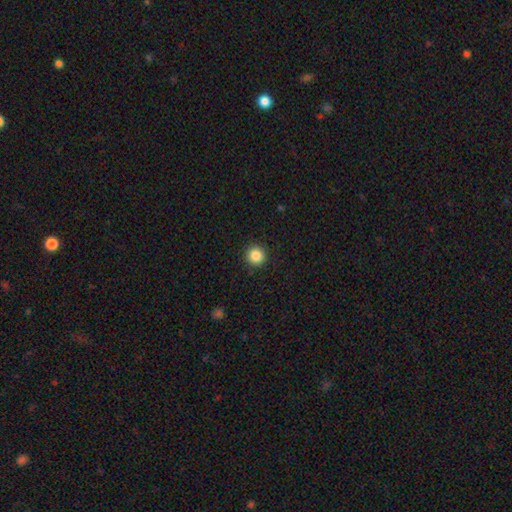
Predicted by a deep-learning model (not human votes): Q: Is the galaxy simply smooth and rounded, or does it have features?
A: smooth — 86%.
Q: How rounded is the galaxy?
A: round — 95%.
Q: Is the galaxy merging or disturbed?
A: none — 93%.